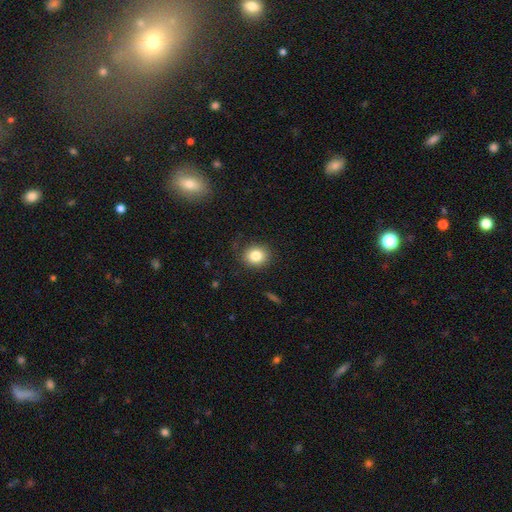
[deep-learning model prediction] smooth 83%, star or artifact 10%, featured or disk 8%. Down the decision tree: how rounded — round (75%); merging — none (83%).